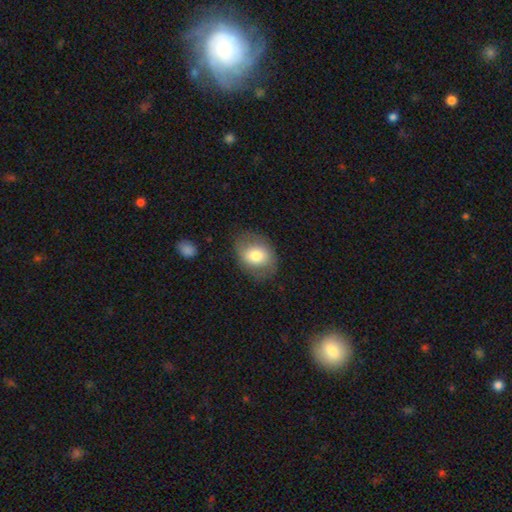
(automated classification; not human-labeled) The model was most divided on "how rounded": in between: 66%, round: 33%, cigar-shaped: 1%. More confident: merging — none (76%); smooth or featured — smooth (70%).